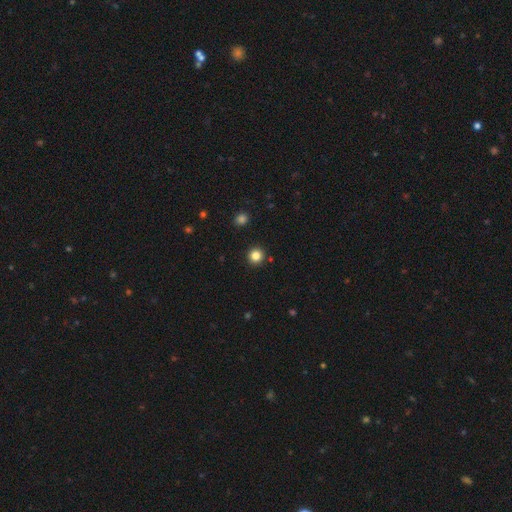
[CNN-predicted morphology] A smooth galaxy with no disk features (83%) that is round (95%). Merging: none (92%).